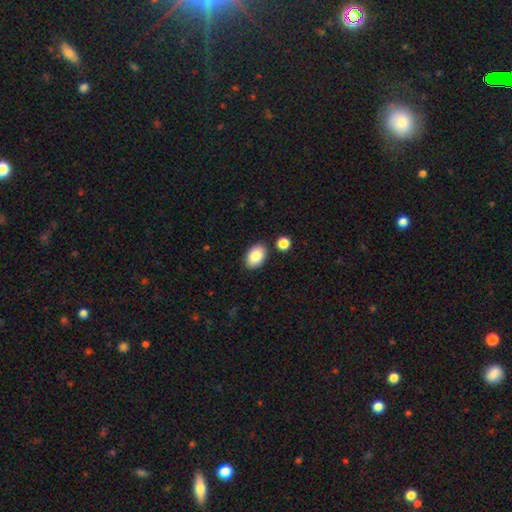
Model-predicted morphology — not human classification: type=smooth (86%); roundness=in between (88%); merging=none (85%).